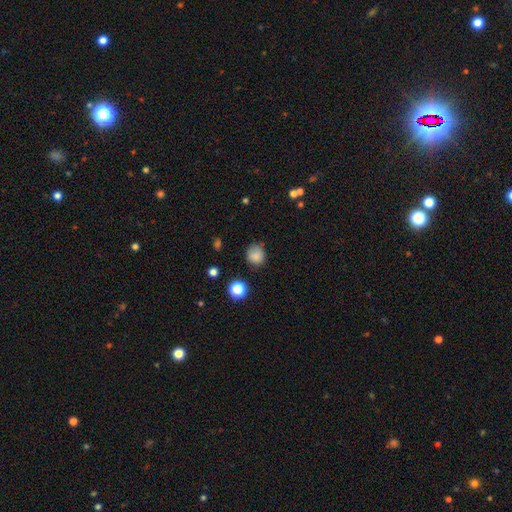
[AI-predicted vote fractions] Smooth or featured? Predicted: smooth (p=0.81). How rounded? Predicted: round (p=0.78). Merging? Predicted: none (p=0.70).